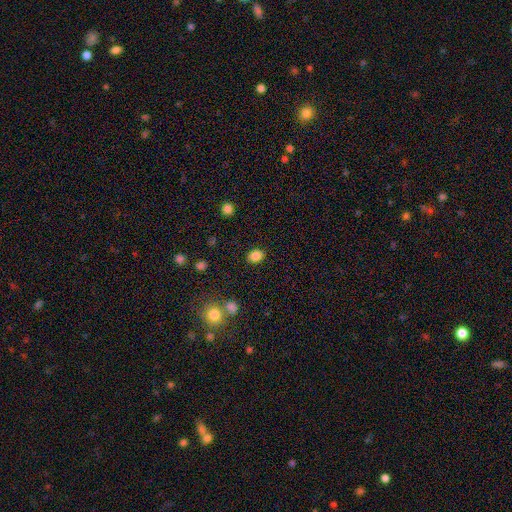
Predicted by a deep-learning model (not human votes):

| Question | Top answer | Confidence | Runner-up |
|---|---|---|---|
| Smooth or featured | smooth | 85% | star or artifact (10%) |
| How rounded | in between | 64% | round (35%) |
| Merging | none | 87% | minor disturbance (9%) |